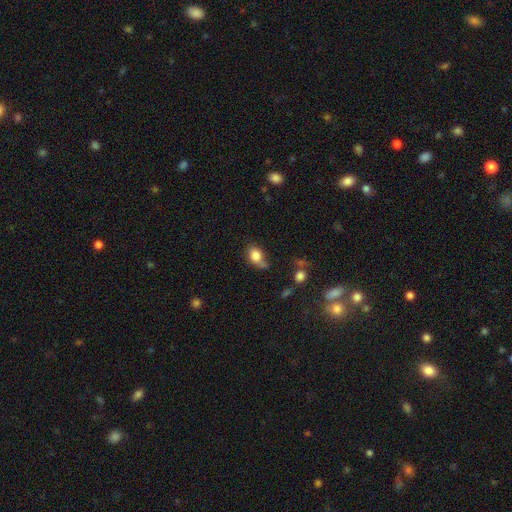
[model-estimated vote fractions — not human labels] A smooth galaxy with no disk features (82%) that is in between round and cigar-shaped (71%).

Vote fractions:
- Smooth or featured? smooth: 82% / star or artifact: 9% / featured or disk: 9%
- How rounded? in between: 71% / round: 27% / cigar-shaped: 2%
- Merging? none: 45% / minor disturbance: 33% / major disturbance: 12% / merger: 9%